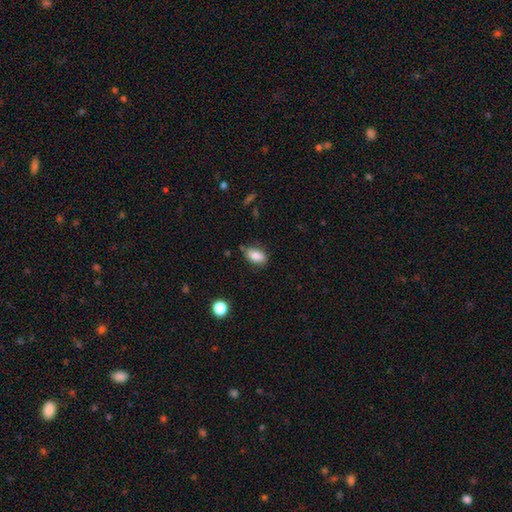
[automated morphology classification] A smooth galaxy with no disk features (80%) that is in between round and cigar-shaped (88%).

Vote fractions:
- Smooth or featured? smooth: 80% / featured or disk: 11% / star or artifact: 8%
- How rounded? in between: 88% / round: 8% / cigar-shaped: 3%
- Merging? none: 76% / minor disturbance: 17% / merger: 4% / major disturbance: 3%